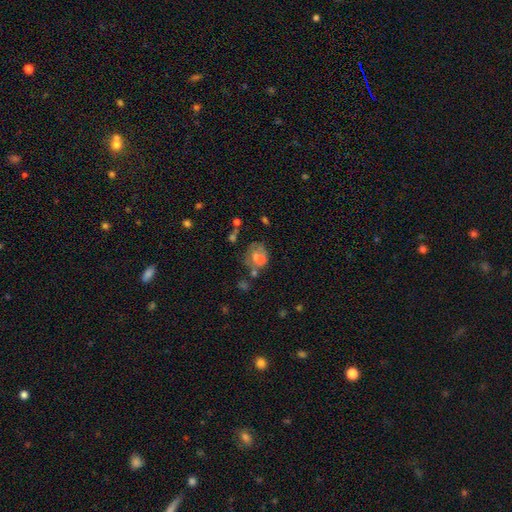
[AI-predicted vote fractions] Smooth or featured?
  - featured or disk: 45% *
  - smooth: 35%
  - star or artifact: 19%
Merging?
  - none: 51% *
  - minor disturbance: 20%
  - major disturbance: 16%
  - merger: 13%